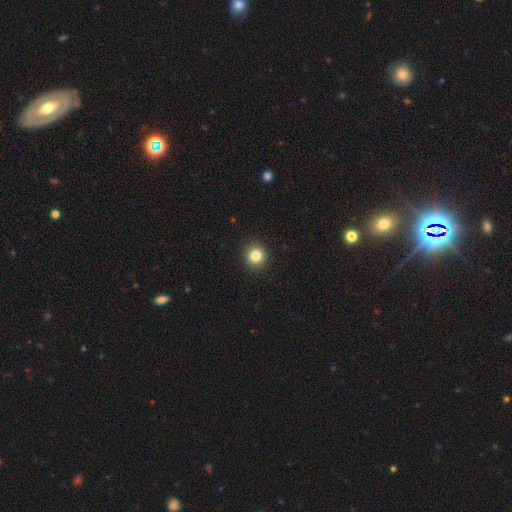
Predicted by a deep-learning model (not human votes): This appears to be a smooth galaxy with no disk features (84%) that is round (93%). Merging: none (93%).